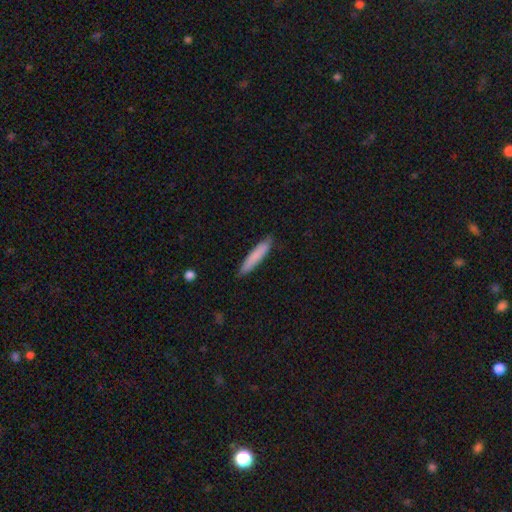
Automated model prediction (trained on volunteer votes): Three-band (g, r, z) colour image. It shows a smooth galaxy with no disk features (81%) that is cigar-shaped (91%). Merging: none (86%).